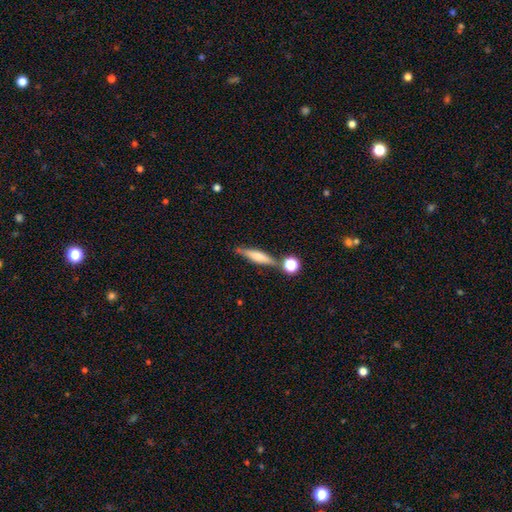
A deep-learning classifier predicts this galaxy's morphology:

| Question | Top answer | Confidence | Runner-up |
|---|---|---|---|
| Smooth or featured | smooth | 47% | featured or disk (44%) |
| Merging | none | 71% | minor disturbance (13%) |